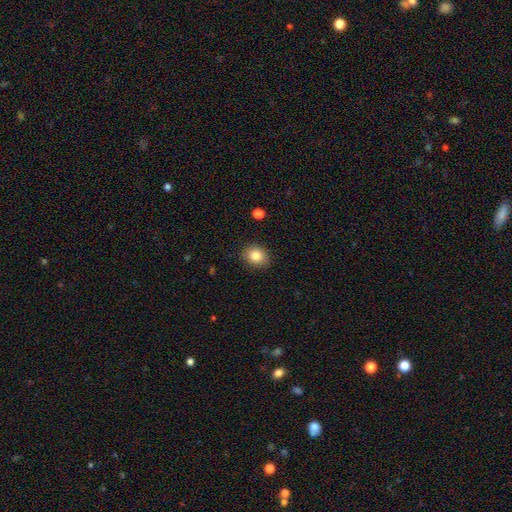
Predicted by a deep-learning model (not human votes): Q: Smooth or featured?
A: smooth (84%); runner-up: star or artifact (9%)
Q: How rounded?
A: round (54%); runner-up: in between (45%)
Q: Merging?
A: none (88%); runner-up: minor disturbance (9%)